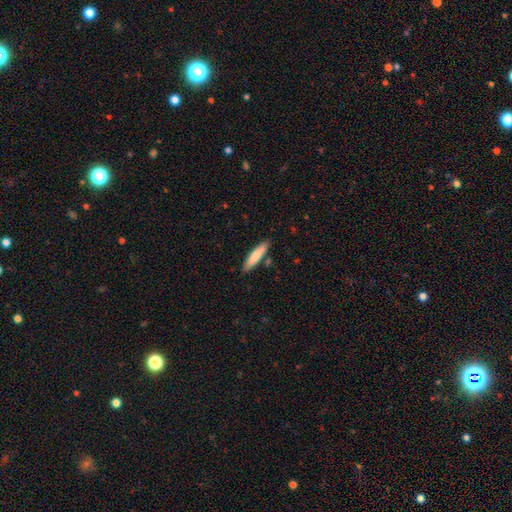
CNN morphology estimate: smooth_or_featured: smooth (p=0.78) [alt: featured or disk p=0.16]
how_rounded: cigar-shaped (p=0.78) [alt: in between p=0.20]
merging: none (p=0.83) [alt: minor disturbance p=0.11]